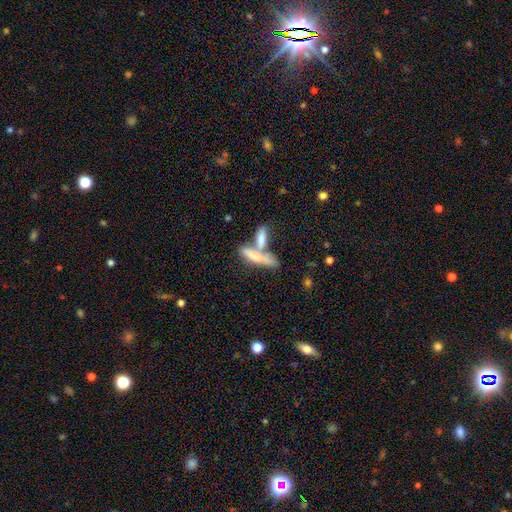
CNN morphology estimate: This appears to be a smooth galaxy with no disk features (62%) that is cigar-shaped (75%). Merging: merger (52%).